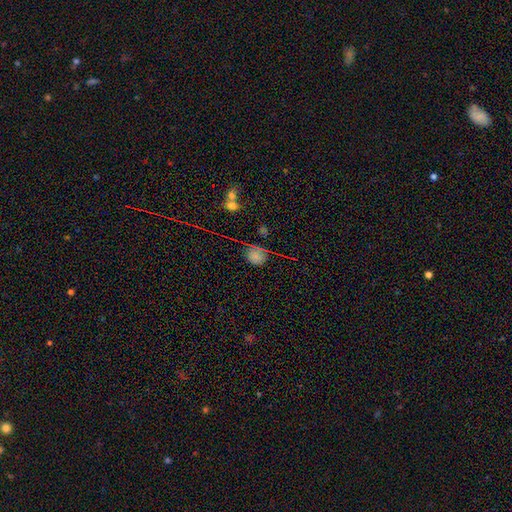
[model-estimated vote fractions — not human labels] smooth-or-featured: smooth: 69% | star or artifact: 23% | featured or disk: 8%
  how-rounded: round: 81% | in between: 18% | cigar-shaped: 1%
  merging: none: 67% | minor disturbance: 21% | major disturbance: 7% | merger: 5%